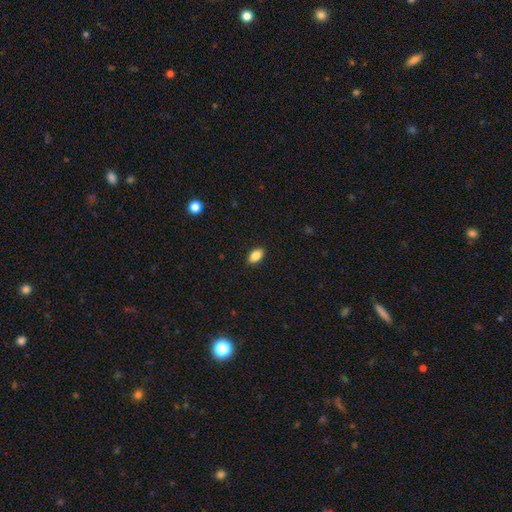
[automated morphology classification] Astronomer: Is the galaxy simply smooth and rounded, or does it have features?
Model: smooth — 86%.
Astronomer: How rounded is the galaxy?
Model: in between — 91%.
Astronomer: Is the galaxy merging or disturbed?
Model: none — 89%.